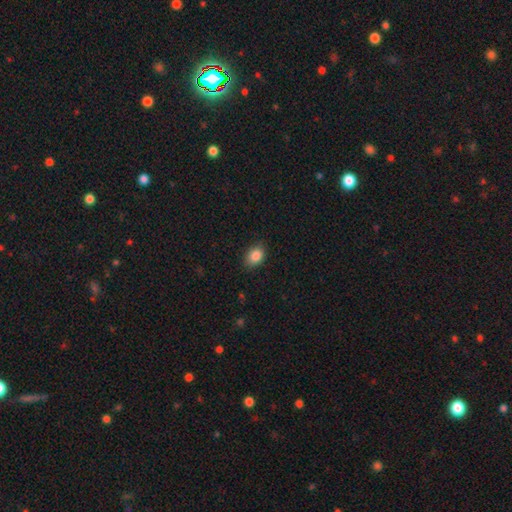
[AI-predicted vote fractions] Morphology: type=smooth (87%); roundness=in between (76%); merging=none (83%).